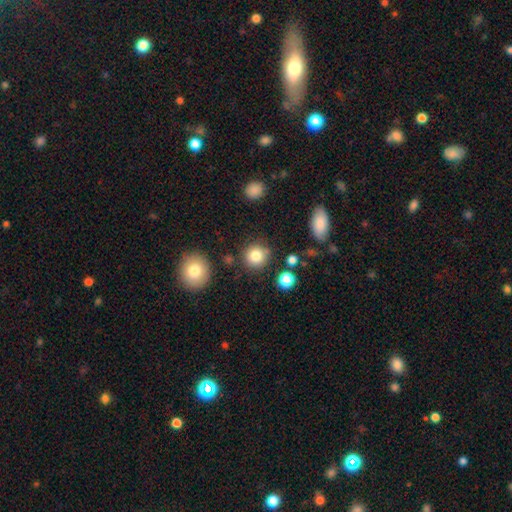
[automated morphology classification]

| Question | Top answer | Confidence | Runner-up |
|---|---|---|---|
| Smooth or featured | smooth | 83% | star or artifact (11%) |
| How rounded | round | 90% | in between (9%) |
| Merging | none | 82% | minor disturbance (10%) |